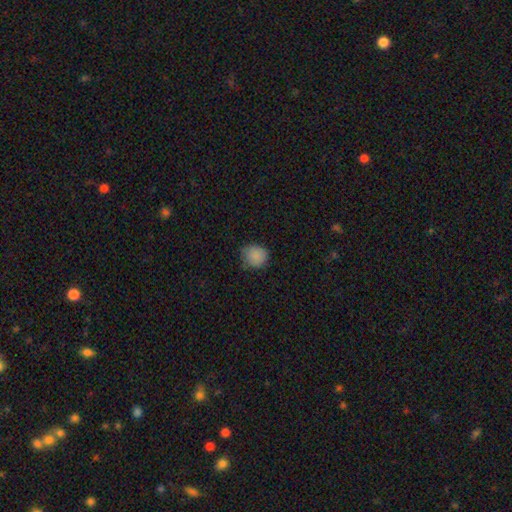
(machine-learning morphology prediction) Overall: smooth (85%). How rounded: round (81%). Merging: none (65%; minor disturbance 29%).